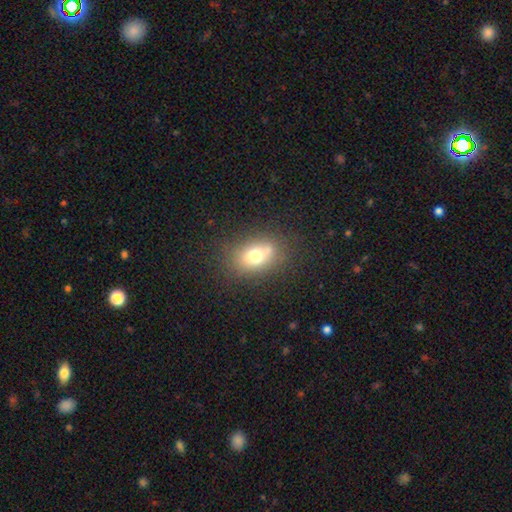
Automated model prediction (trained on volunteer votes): smooth_or_featured: smooth (p=0.69) [alt: featured or disk p=0.16]
how_rounded: in between (p=0.60) [alt: round p=0.39]
merging: none (p=0.67) [alt: minor disturbance p=0.15]